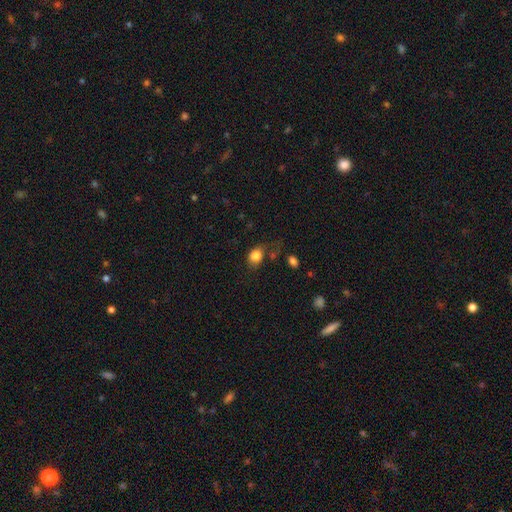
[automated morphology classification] A smooth galaxy with no disk features (83%) that is in between round and cigar-shaped (52%).

Vote fractions:
- Smooth or featured? smooth: 83% / star or artifact: 9% / featured or disk: 8%
- How rounded? in between: 52% / round: 47% / cigar-shaped: 1%
- Merging? none: 47% / minor disturbance: 28% / major disturbance: 19% / merger: 7%